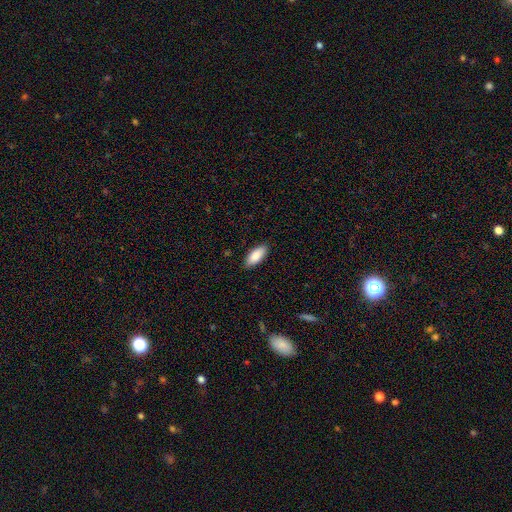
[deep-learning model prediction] Smooth or featured: smooth — 88% (featured or disk — 6%)
How rounded: in between — 85% (cigar-shaped — 13%)
Merging: none — 88% (minor disturbance — 9%)